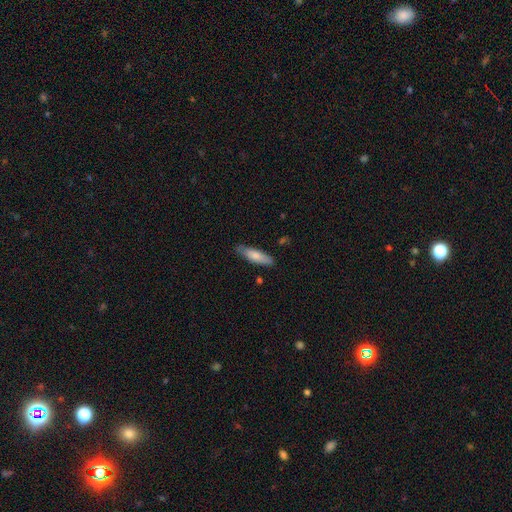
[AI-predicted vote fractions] smooth_or_featured: smooth (p=0.74) [alt: featured or disk p=0.21]
how_rounded: cigar-shaped (p=0.64) [alt: in between p=0.34]
merging: none (p=0.79) [alt: minor disturbance p=0.16]